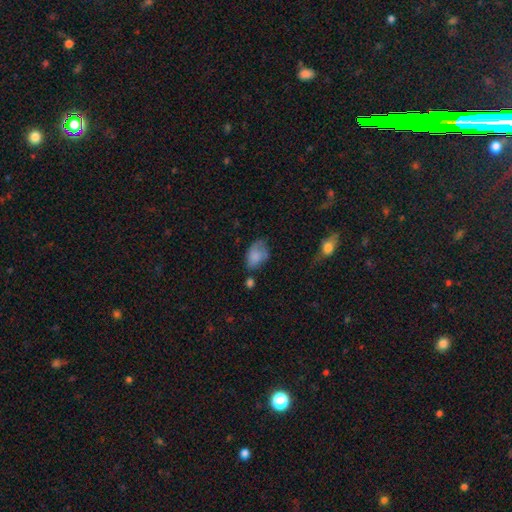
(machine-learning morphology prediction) Smooth or featured? Predicted: smooth (p=0.78). How rounded? Predicted: in between (p=0.83). Merging? Predicted: none (p=0.43).